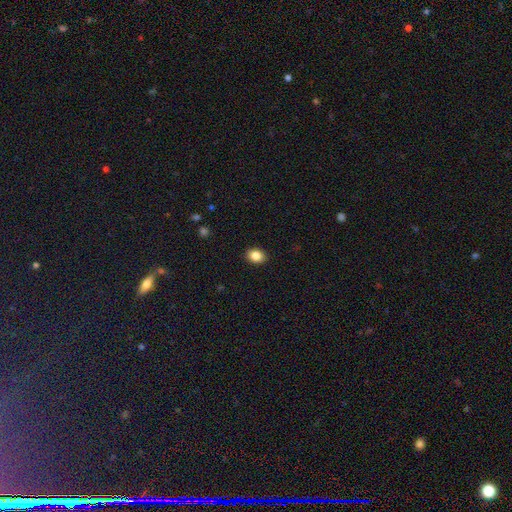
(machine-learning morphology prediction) This appears to be a smooth galaxy with no disk features (86%) that is in between round and cigar-shaped (66%). Merging: none (90%).